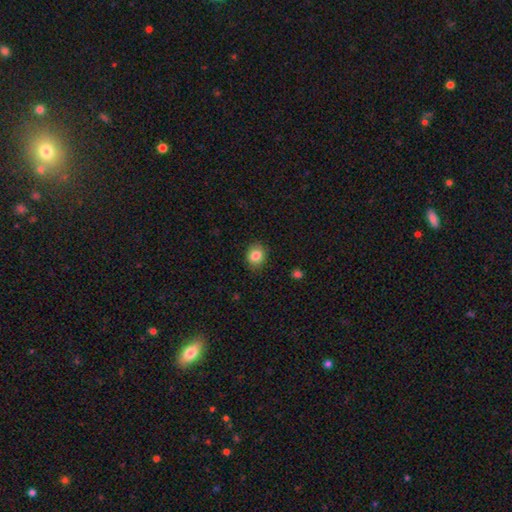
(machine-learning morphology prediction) The model was most divided on "how rounded": round: 62%, in between: 37%, cigar-shaped: 1%. More confident: merging — none (86%); smooth or featured — smooth (84%).